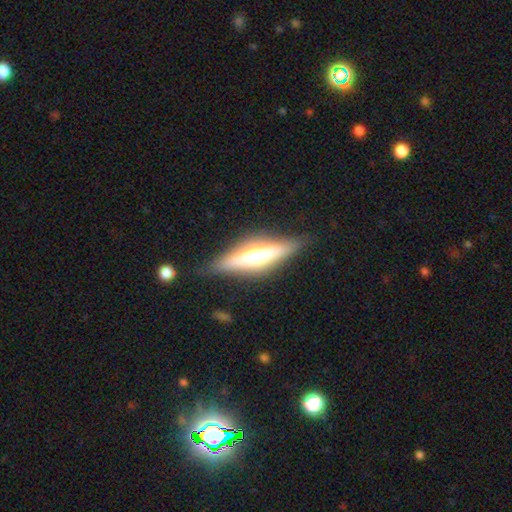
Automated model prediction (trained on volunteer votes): smooth-or-featured: featured or disk: 66% | smooth: 28% | star or artifact: 6%
  disk-edge-on: yes: 94% | no: 6%
    edge-on-bulge: rounded: 82% | boxy: 12% | none: 6%
  merging: none: 85% | minor disturbance: 11% | major disturbance: 3% | merger: 2%